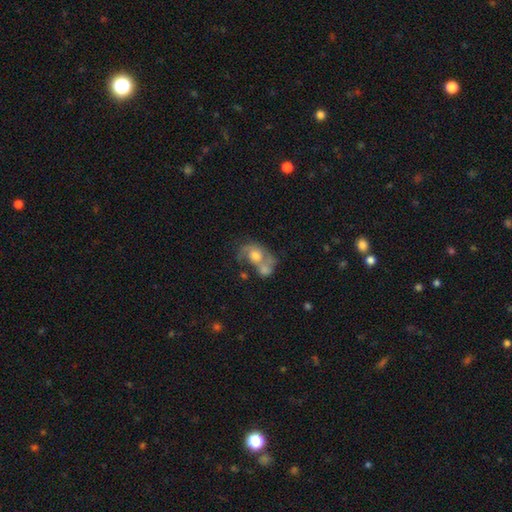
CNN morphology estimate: Q: Smooth or featured?
A: featured or disk (56%); runner-up: smooth (35%)
Q: Edge-on disk?
A: no (97%); runner-up: yes (3%)
Q: Bar?
A: no (78%); runner-up: weak (18%)
Q: Spiral arms?
A: yes (69%); runner-up: no (31%)
Q: Bulge size?
A: moderate (60%); runner-up: large (17%)
Q: Merging?
A: merger (58%); runner-up: none (18%)